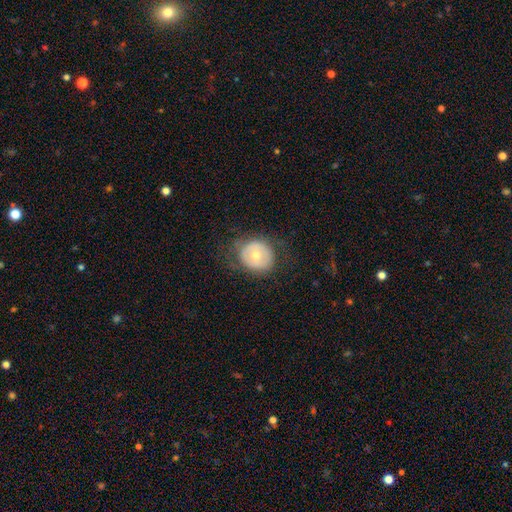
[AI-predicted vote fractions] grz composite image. It shows a smooth galaxy with no disk features (53%) that is round (79%). Merging: none (72%).